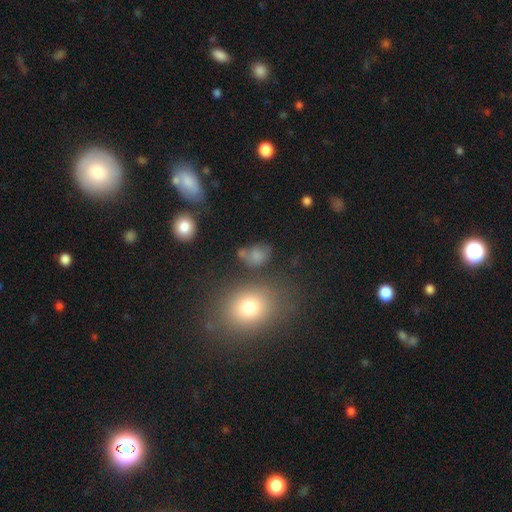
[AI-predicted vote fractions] Smooth or featured? smooth (70%)
How rounded? in between (60%)
Merging? none (46%)